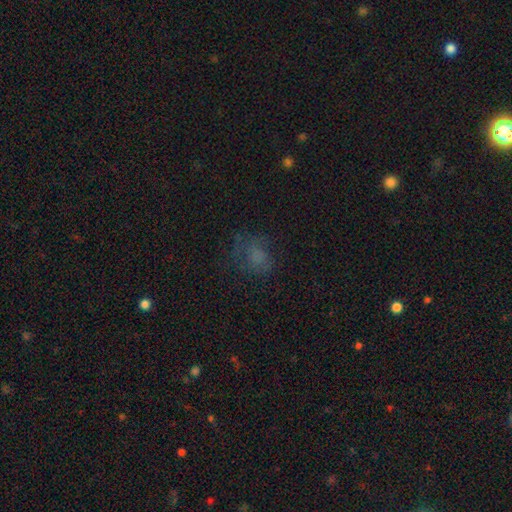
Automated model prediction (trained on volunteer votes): Smooth or featured?
  - smooth: 57% *
  - star or artifact: 22%
  - featured or disk: 20%
How rounded?
  - round: 56% *
  - in between: 42%
  - cigar-shaped: 1%
Merging?
  - none: 56% *
  - minor disturbance: 21%
  - major disturbance: 21%
  - merger: 2%